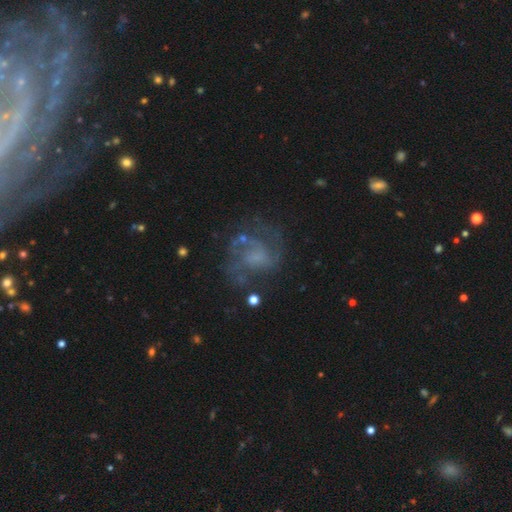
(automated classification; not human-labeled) This appears to be a featured or disk galaxy (74%) with no bar (61%), 2 (54%) medium (49%) spiral arms (85%) and no central bulge (45%). Merging: none (60%).